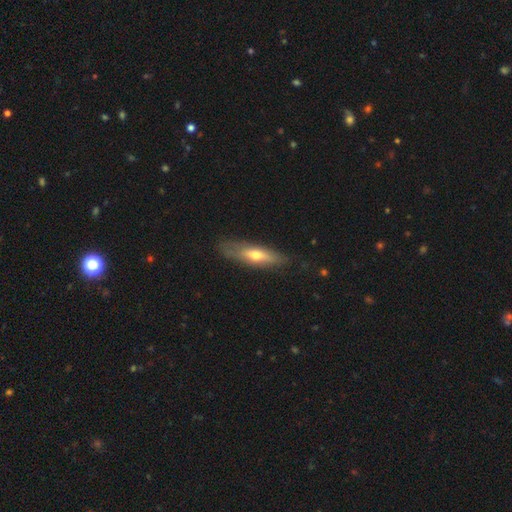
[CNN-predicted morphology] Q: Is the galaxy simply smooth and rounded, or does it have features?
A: smooth — 49%.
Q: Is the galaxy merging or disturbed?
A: none — 77%.